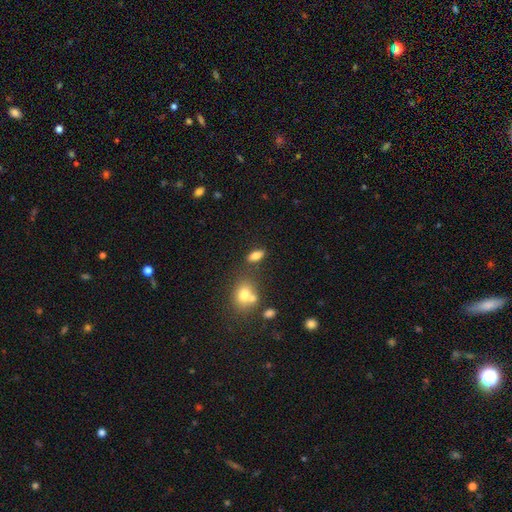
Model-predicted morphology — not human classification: This is likely a smooth galaxy (76%). How rounded: likely in between (80%). Merging: likely none (71%).